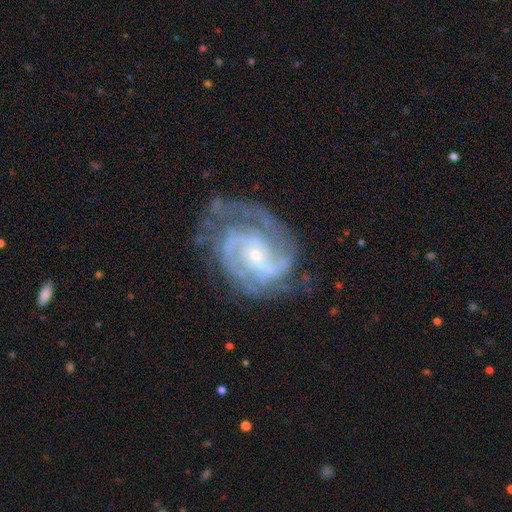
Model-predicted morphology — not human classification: Smooth or featured? featured or disk (90%)
Edge-on disk? no (98%)
Bar? no (61%)
Spiral arms? yes (97%)
Spiral winding? tight (55%)
Spiral arm count? 2 (44%)
Bulge size? small (75%)
Merging? none (60%)